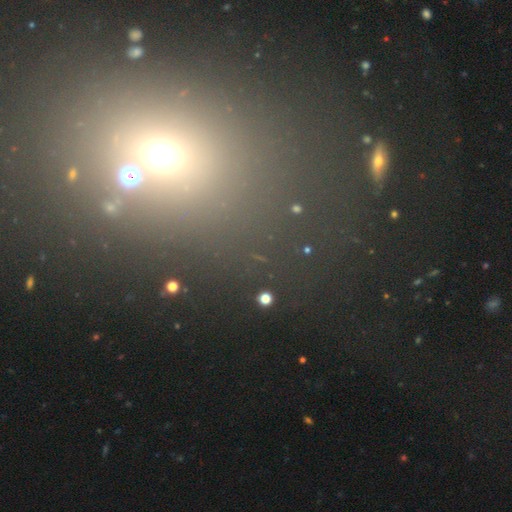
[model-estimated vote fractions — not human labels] A star or artifact, not a galaxy (46%).